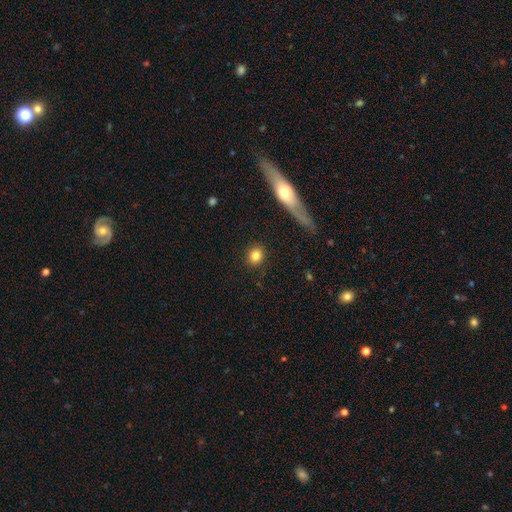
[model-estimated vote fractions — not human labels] A smooth galaxy with no disk features (83%) that is round (76%).

Vote fractions:
- Smooth or featured? smooth: 83% / star or artifact: 9% / featured or disk: 8%
- How rounded? round: 76% / in between: 22% / cigar-shaped: 2%
- Merging? none: 89% / minor disturbance: 7% / major disturbance: 2% / merger: 2%